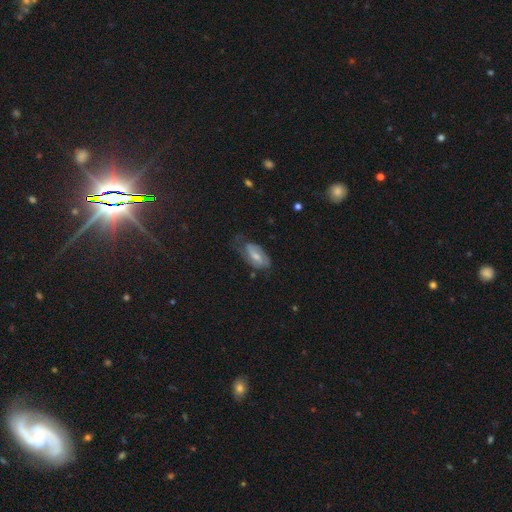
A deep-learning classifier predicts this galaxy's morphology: This appears to be a featured or disk galaxy (54%). Merging: none (46%).